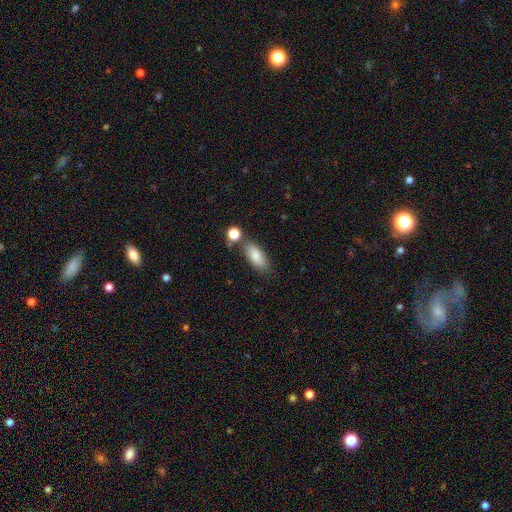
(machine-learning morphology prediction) type=smooth (82%); roundness=in between (83%); merging=none (68%).